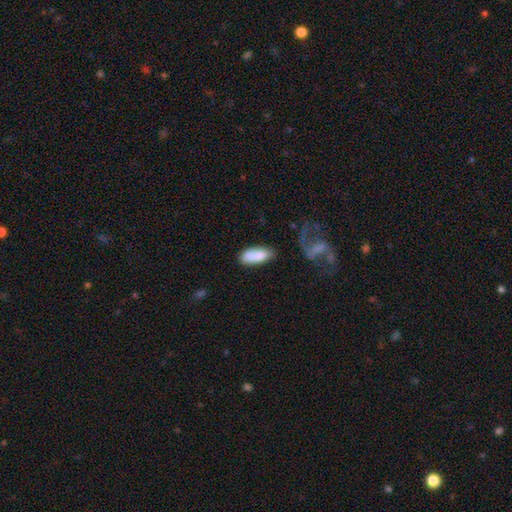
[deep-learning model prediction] Q: Smooth or featured?
A: smooth (81%); runner-up: featured or disk (13%)
Q: How rounded?
A: in between (82%); runner-up: cigar-shaped (16%)
Q: Merging?
A: none (66%); runner-up: minor disturbance (20%)